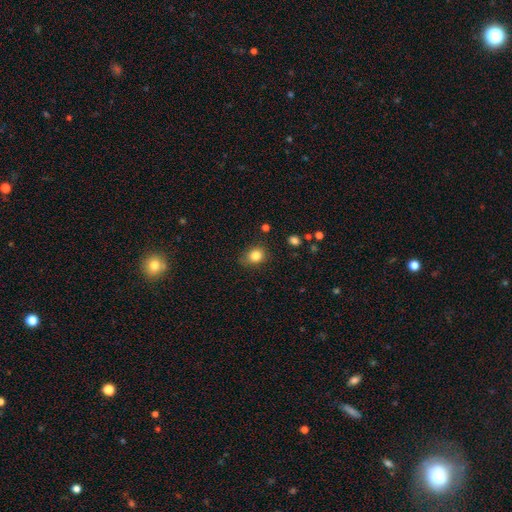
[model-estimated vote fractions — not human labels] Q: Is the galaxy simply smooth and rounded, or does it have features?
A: smooth — 83%.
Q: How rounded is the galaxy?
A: round — 64%.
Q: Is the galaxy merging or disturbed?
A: none — 76%.